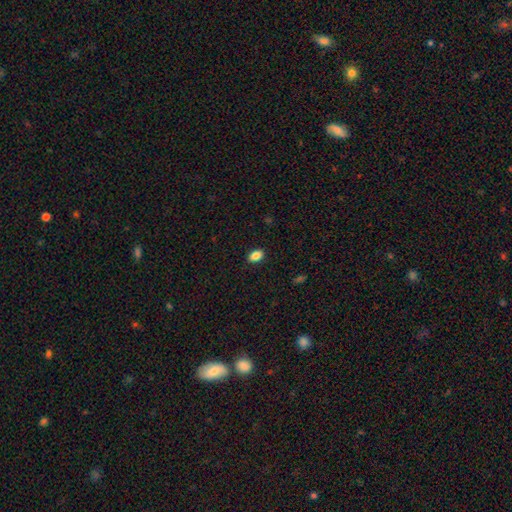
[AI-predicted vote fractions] smooth_or_featured: smooth (p=0.86) [alt: star or artifact p=0.09]
how_rounded: in between (p=0.86) [alt: round p=0.13]
merging: none (p=0.89) [alt: minor disturbance p=0.08]